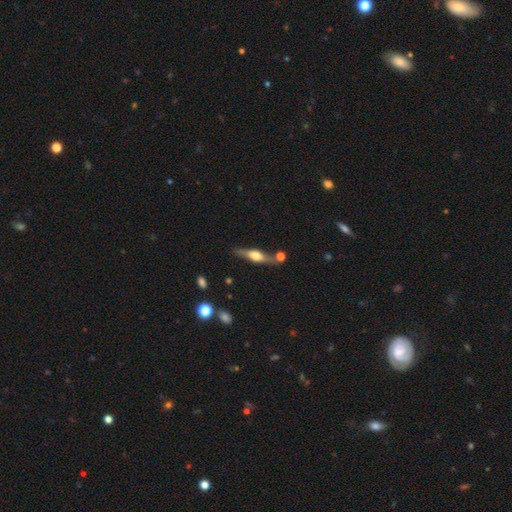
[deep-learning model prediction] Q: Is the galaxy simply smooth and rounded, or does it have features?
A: featured or disk — 63%.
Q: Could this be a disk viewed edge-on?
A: yes — 93%.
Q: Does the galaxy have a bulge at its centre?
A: rounded — 89%.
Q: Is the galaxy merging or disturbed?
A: none — 73%.